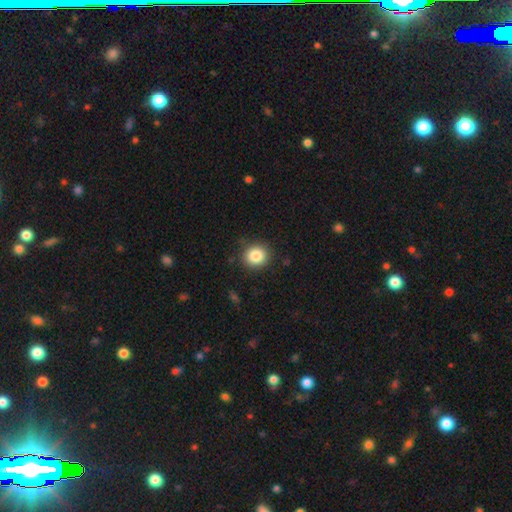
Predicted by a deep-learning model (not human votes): Smooth or featured: smooth — 85% (star or artifact — 10%)
How rounded: round — 85% (in between — 14%)
Merging: none — 87% (minor disturbance — 9%)